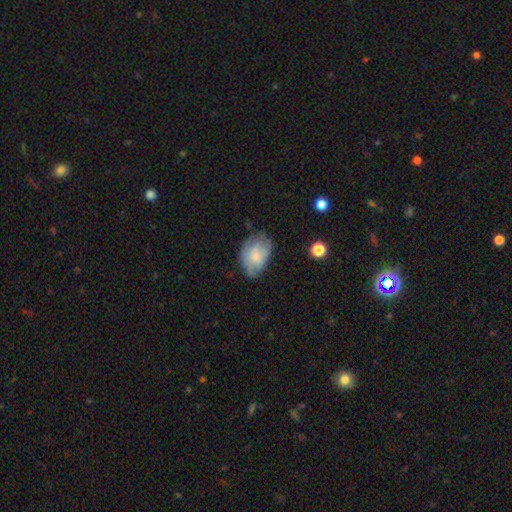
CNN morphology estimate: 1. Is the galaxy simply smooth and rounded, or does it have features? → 58% smooth, 34% featured or disk, 7% star or artifact.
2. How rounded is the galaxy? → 80% in between, 18% round, 1% cigar-shaped.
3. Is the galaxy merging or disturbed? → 55% none, 32% minor disturbance, 11% major disturbance, 2% merger.